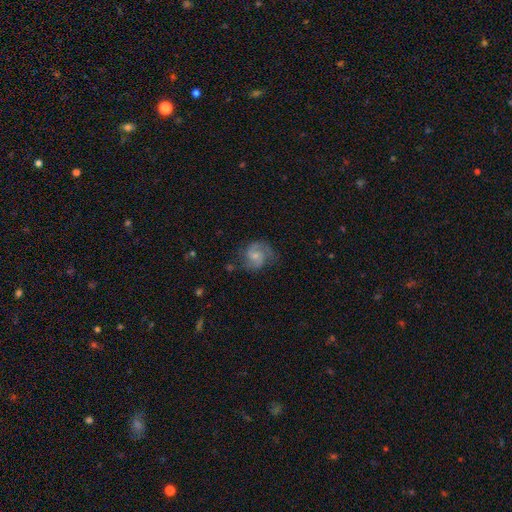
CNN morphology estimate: smooth_or_featured: featured or disk (p=0.78) [alt: smooth p=0.16]
disk_edge_on: no (p=0.98) [alt: yes p=0.02]
bar: no (p=0.52) [alt: weak p=0.41]
has_spiral_arms: yes (p=0.96) [alt: no p=0.04]
spiral_winding: medium (p=0.52) [alt: tight p=0.27]
spiral_arm_count: 2 (p=0.85) [alt: can't tell p=0.06]
bulge_size: small (p=0.51) [alt: moderate p=0.36]
merging: none (p=0.66) [alt: minor disturbance p=0.22]